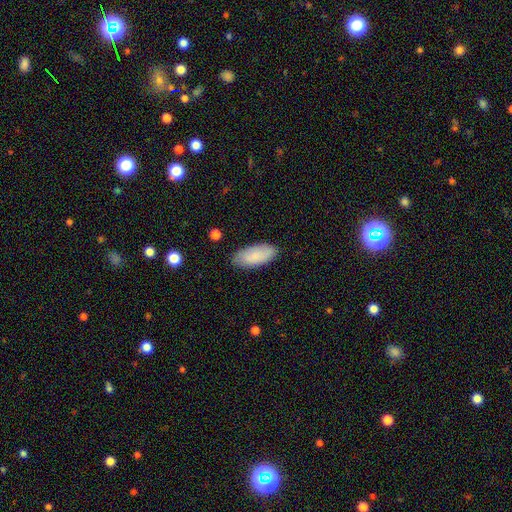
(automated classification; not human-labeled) The model was most divided on "merging": none: 83%, minor disturbance: 13%, major disturbance: 2%, merger: 1%. More confident: how rounded — in between (89%); smooth or featured — smooth (85%).